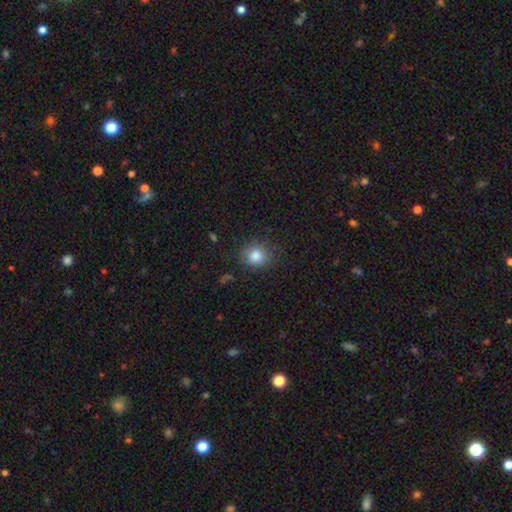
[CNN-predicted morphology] type=smooth (84%); roundness=round (78%); merging=none (82%).